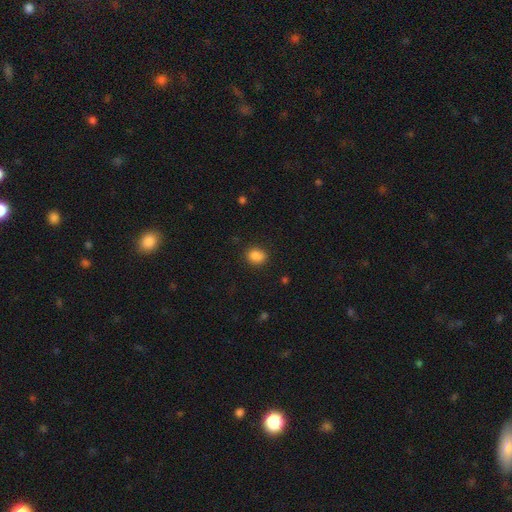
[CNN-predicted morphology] smooth-or-featured: smooth: 86% | star or artifact: 10% | featured or disk: 4%
  how-rounded: in between: 53% | round: 46% | cigar-shaped: 1%
  merging: none: 79% | minor disturbance: 15% | major disturbance: 4% | merger: 2%